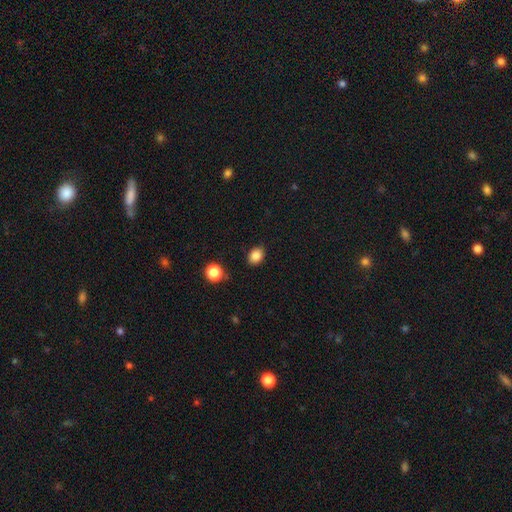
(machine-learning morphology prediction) type=smooth (84%); roundness=in between (58%); merging=none (86%).